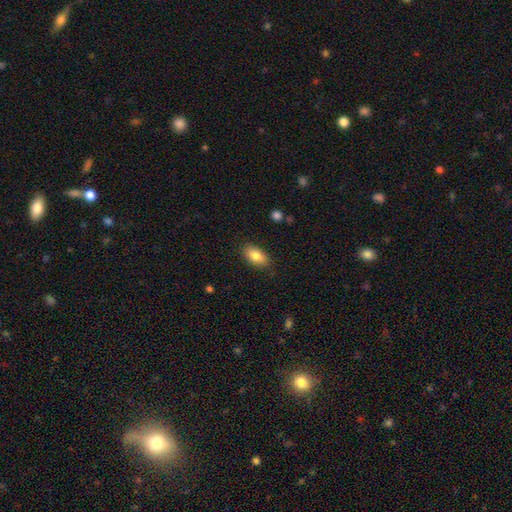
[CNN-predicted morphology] Smooth or featured? smooth (84%)
How rounded? in between (91%)
Merging? none (86%)